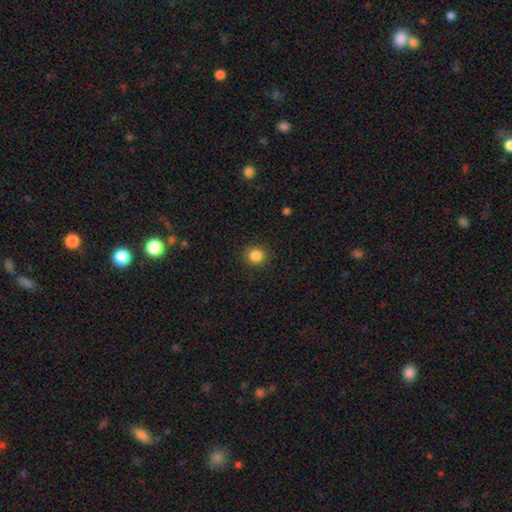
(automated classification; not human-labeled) Smooth or featured: smooth — 85% (star or artifact — 10%)
How rounded: round — 86% (in between — 13%)
Merging: none — 89% (minor disturbance — 8%)